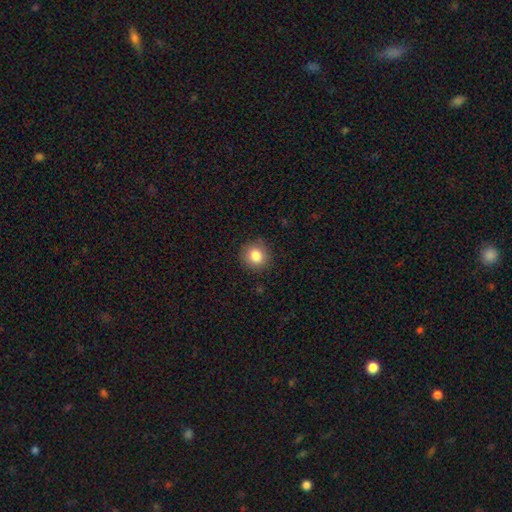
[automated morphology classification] smooth 84%, star or artifact 10%, featured or disk 6%. Down the decision tree: how rounded — round (87%); merging — none (88%).